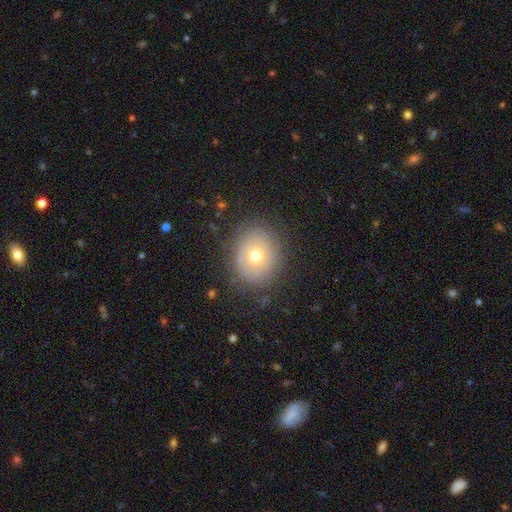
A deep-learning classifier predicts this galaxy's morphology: Smooth or featured: smooth — 61% (featured or disk — 27%)
How rounded: round — 68% (in between — 31%)
Merging: none — 80% (minor disturbance — 14%)